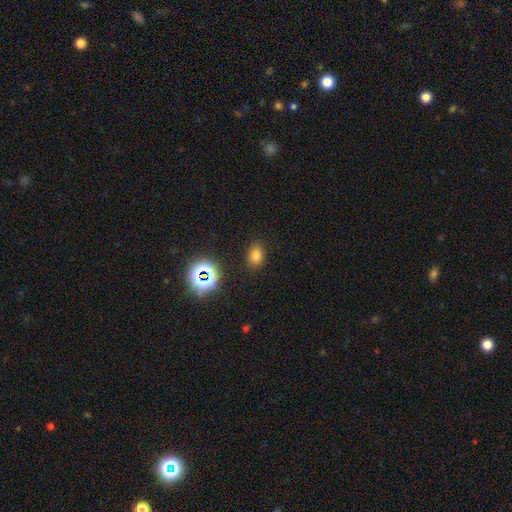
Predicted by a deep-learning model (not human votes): Q: Smooth or featured?
A: smooth (73%); runner-up: star or artifact (20%)
Q: How rounded?
A: in between (71%); runner-up: round (28%)
Q: Merging?
A: none (86%); runner-up: minor disturbance (9%)